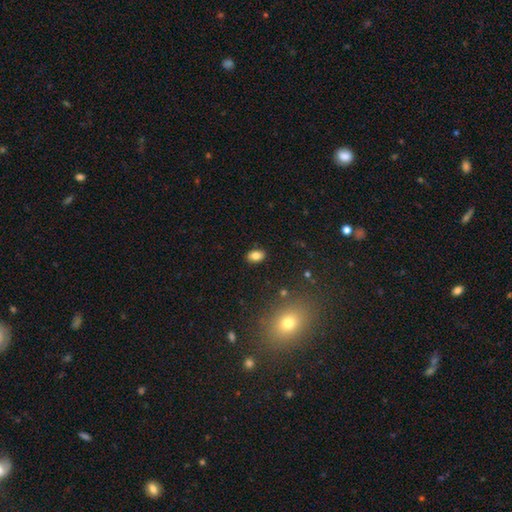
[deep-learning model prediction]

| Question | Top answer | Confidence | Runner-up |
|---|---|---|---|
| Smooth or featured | smooth | 82% | star or artifact (10%) |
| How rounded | in between | 84% | round (14%) |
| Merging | none | 88% | minor disturbance (9%) |